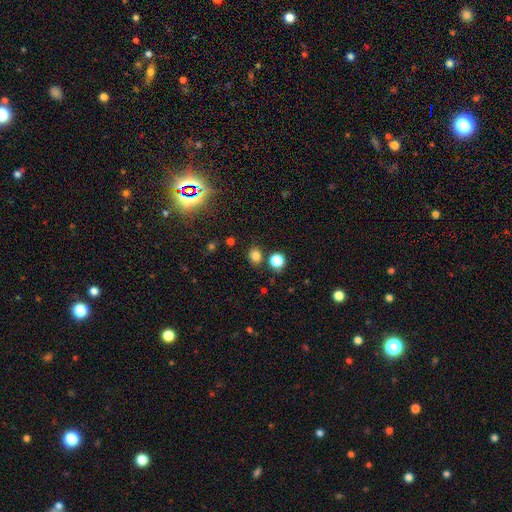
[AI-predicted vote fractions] Smooth or featured? smooth (78%)
How rounded? round (70%)
Merging? none (81%)